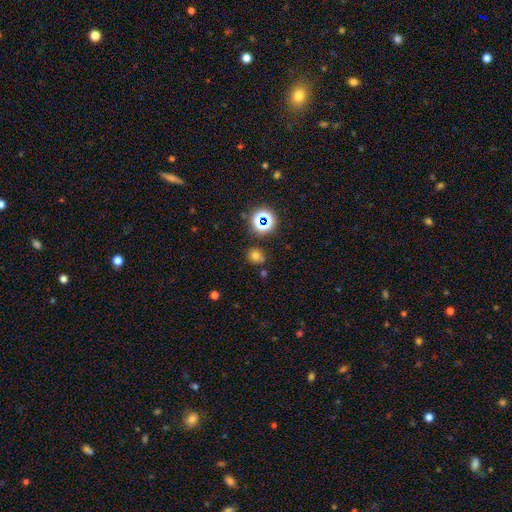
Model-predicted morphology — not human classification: Smooth or featured? Predicted: smooth (p=0.66). How rounded? Predicted: round (p=0.75). Merging? Predicted: none (p=0.71).